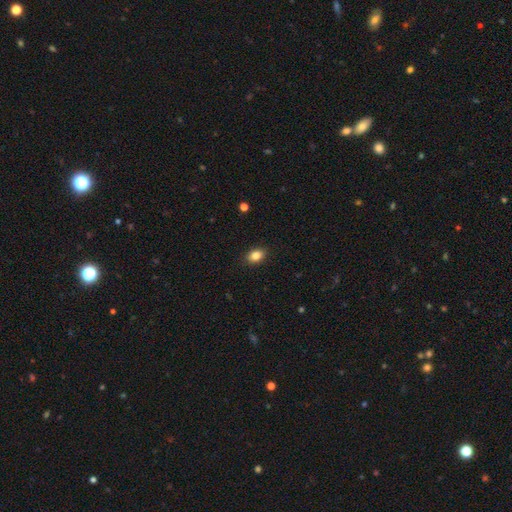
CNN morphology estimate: A smooth galaxy with no disk features (85%) that is in between round and cigar-shaped (74%). Merging: none (89%).